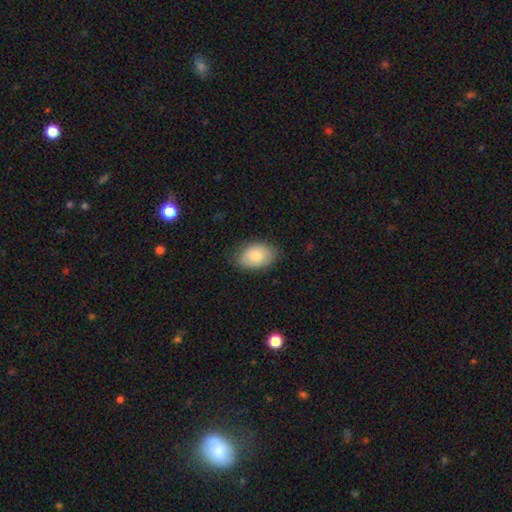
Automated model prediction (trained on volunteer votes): A smooth galaxy with no disk features (77%) that is in between round and cigar-shaped (84%). Merging: none (81%).